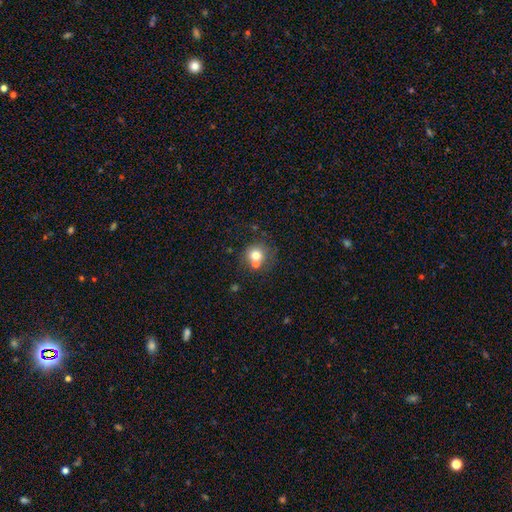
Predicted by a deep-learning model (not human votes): Smooth or featured? Predicted: smooth (p=0.73). How rounded? Predicted: round (p=0.88). Merging? Predicted: none (p=0.57).